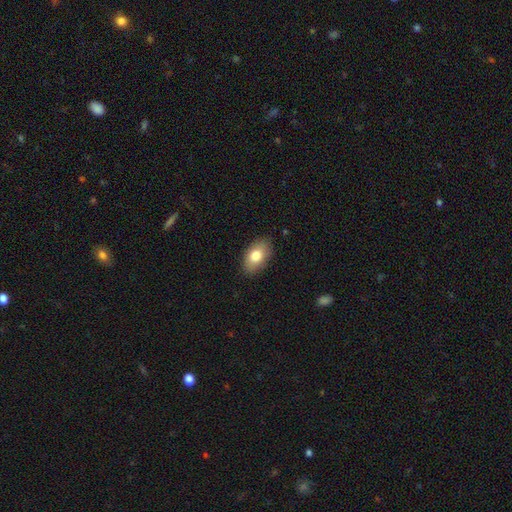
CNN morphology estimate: smooth-or-featured: smooth: 79% | featured or disk: 14% | star or artifact: 7%
  how-rounded: in between: 91% | round: 8% | cigar-shaped: 2%
  merging: none: 85% | minor disturbance: 12% | major disturbance: 3% | merger: 1%